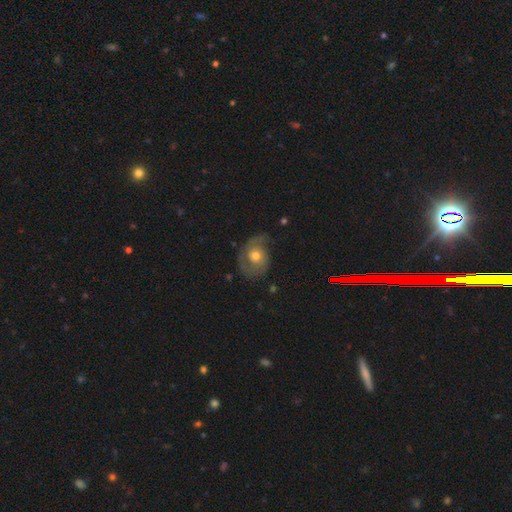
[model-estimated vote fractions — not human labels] A featured or disk galaxy (60%) with no bar (82%), spiral arms (73%) and a moderate central bulge (70%). Merging: none (49%).